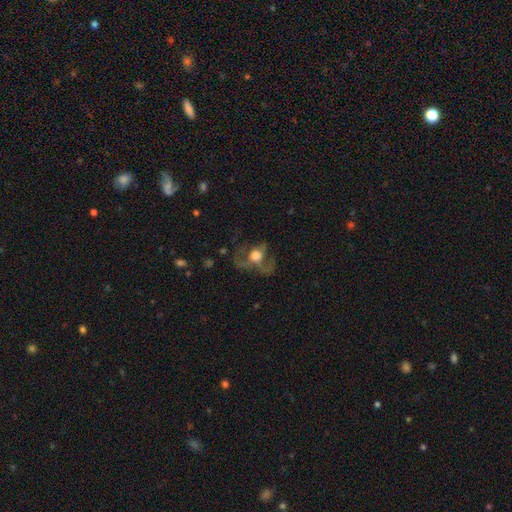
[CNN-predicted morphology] This appears to be a featured or disk galaxy (48%). Merging: major disturbance (42%).